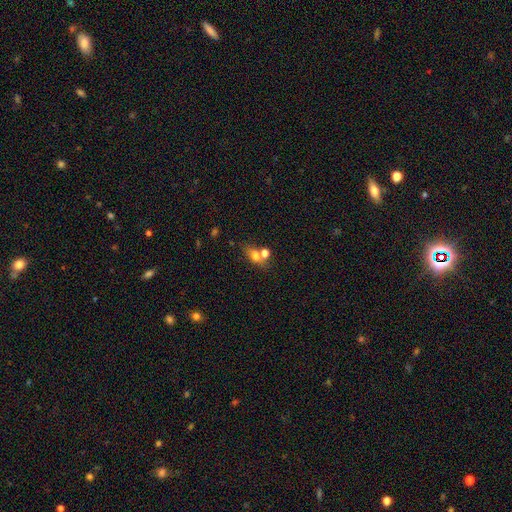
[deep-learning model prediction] Smooth or featured: smooth — 68% (featured or disk — 18%)
How rounded: in between — 60% (round — 35%)
Merging: none — 46% (merger — 38%)